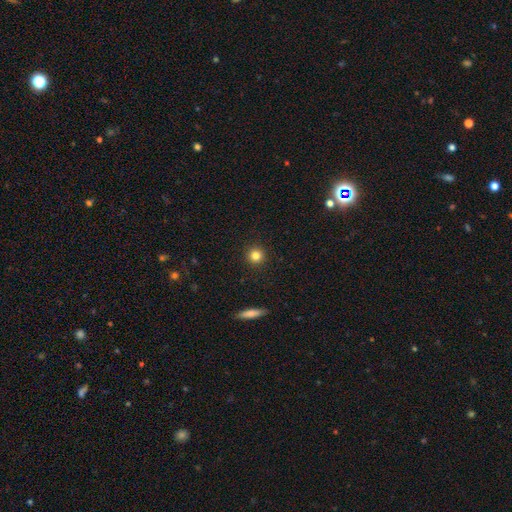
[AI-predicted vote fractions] smooth 82%, star or artifact 12%, featured or disk 6%. Down the decision tree: how rounded — round (95%); merging — none (92%).